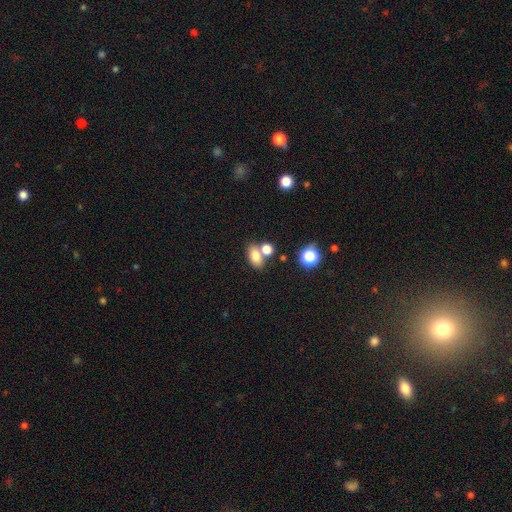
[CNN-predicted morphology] Smooth or featured? Predicted: smooth (p=0.78). How rounded? Predicted: in between (p=0.81). Merging? Predicted: none (p=0.51).